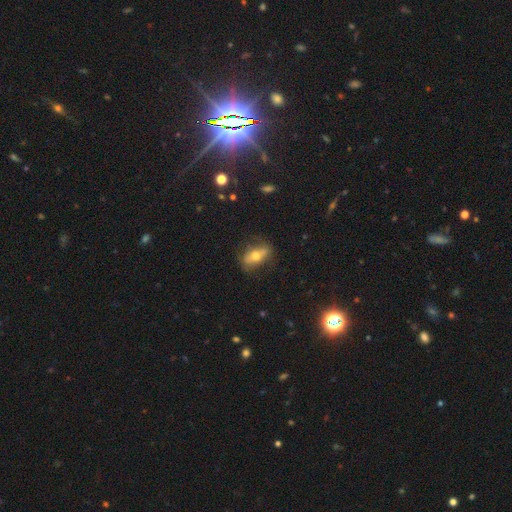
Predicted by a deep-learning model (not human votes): smooth-or-featured: featured or disk: 48% | smooth: 43% | star or artifact: 9%
  merging: none: 72% | minor disturbance: 19% | major disturbance: 7% | merger: 2%